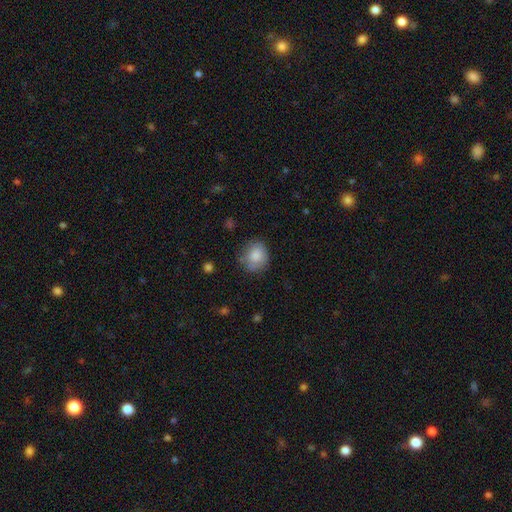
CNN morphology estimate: smooth 82%, featured or disk 10%, star or artifact 8%. Down the decision tree: how rounded — round (79%); merging — none (70%).